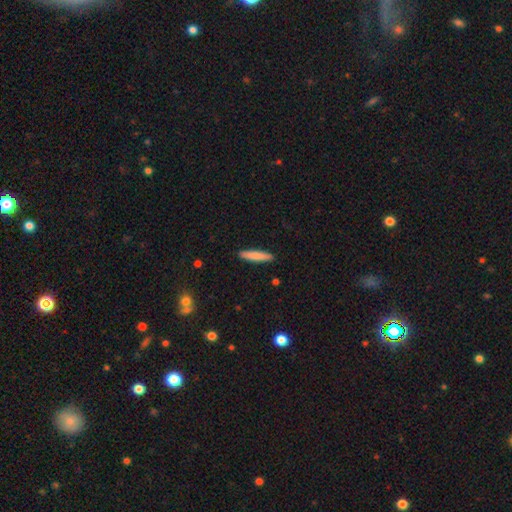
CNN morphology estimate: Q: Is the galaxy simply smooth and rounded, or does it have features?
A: smooth — 81%.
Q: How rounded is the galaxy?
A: cigar-shaped — 89%.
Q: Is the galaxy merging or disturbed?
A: none — 91%.